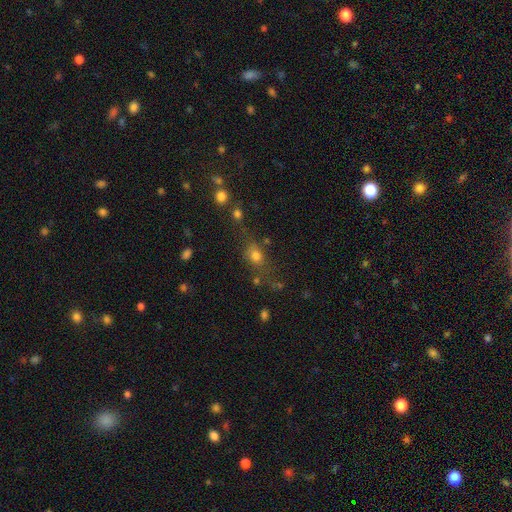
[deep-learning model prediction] smooth-or-featured: smooth: 74% | star or artifact: 16% | featured or disk: 10%
  how-rounded: round: 49% | in between: 47% | cigar-shaped: 3%
  merging: none: 59% | minor disturbance: 18% | major disturbance: 11% | merger: 11%